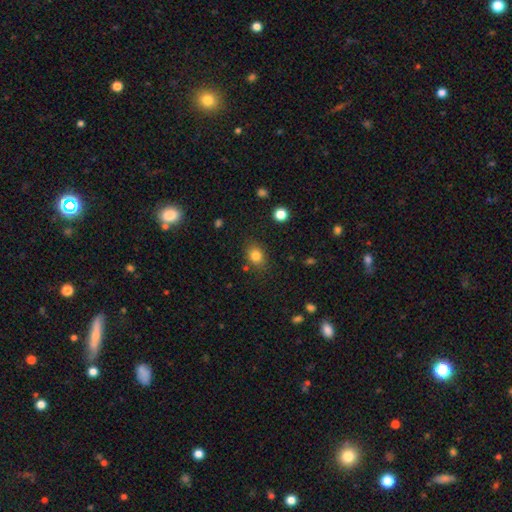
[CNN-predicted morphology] smooth-or-featured: smooth: 81% | star or artifact: 11% | featured or disk: 7%
  how-rounded: in between: 54% | round: 45% | cigar-shaped: 1%
  merging: none: 81% | minor disturbance: 12% | major disturbance: 4% | merger: 3%